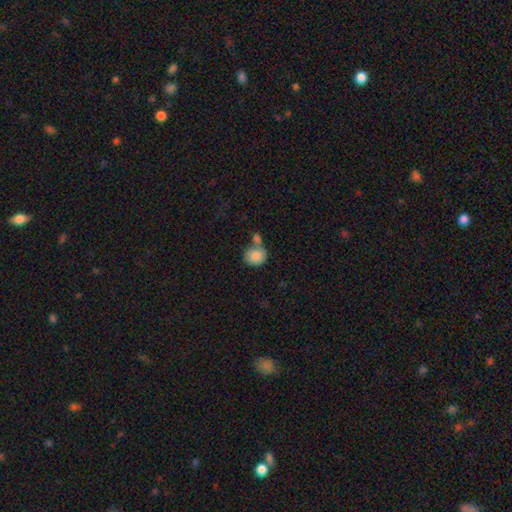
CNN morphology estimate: This is clearly a smooth galaxy (84%). How rounded: likely round (75%). Merging: marginally none (45%).